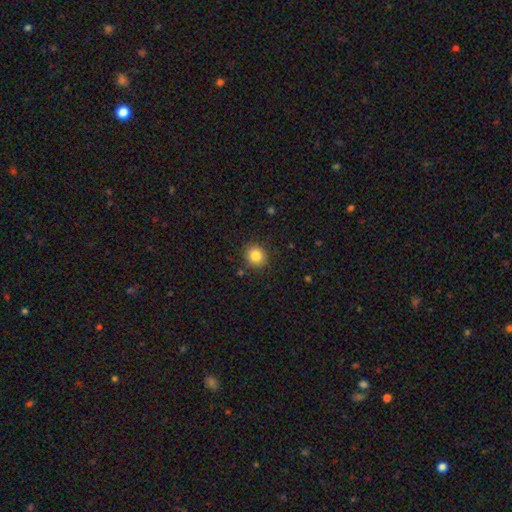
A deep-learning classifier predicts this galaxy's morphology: Smooth or featured: smooth — 83% (star or artifact — 11%)
How rounded: round — 84% (in between — 15%)
Merging: none — 88% (minor disturbance — 8%)